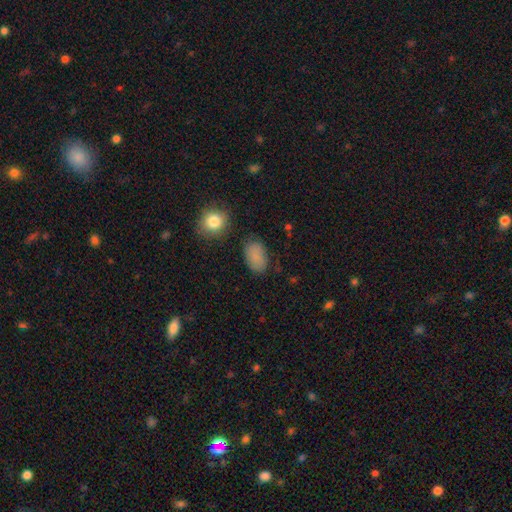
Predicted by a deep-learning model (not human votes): smooth_or_featured: smooth (p=0.85) [alt: star or artifact p=0.10]
how_rounded: in between (p=0.88) [alt: round p=0.10]
merging: none (p=0.77) [alt: minor disturbance p=0.16]